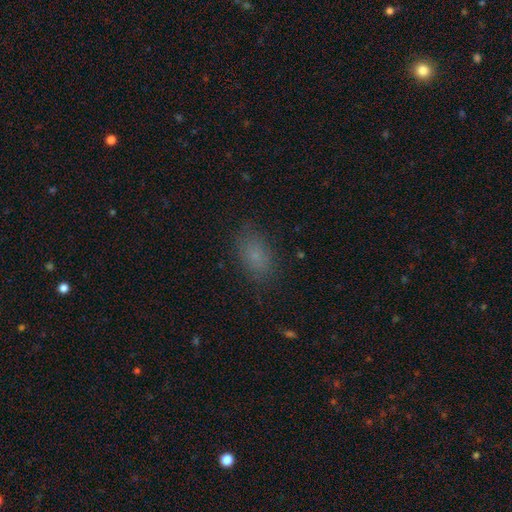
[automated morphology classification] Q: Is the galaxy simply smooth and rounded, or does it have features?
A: smooth — 77%.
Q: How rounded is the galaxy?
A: in between — 86%.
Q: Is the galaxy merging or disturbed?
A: none — 80%.